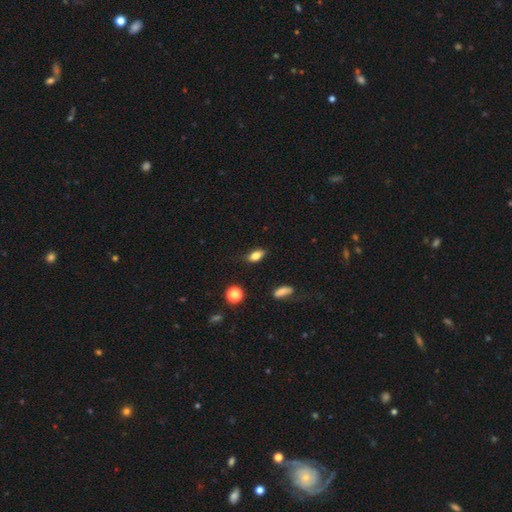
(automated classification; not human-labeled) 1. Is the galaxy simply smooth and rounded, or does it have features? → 78% smooth, 12% featured or disk, 10% star or artifact.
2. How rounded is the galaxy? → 81% in between, 10% cigar-shaped, 9% round.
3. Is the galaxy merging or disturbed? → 76% none, 18% minor disturbance, 4% major disturbance, 2% merger.